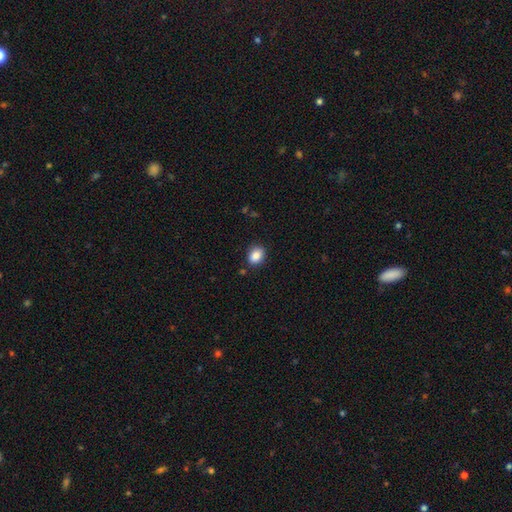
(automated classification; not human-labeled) Smooth or featured?
  - smooth: 86% *
  - star or artifact: 9%
  - featured or disk: 5%
How rounded?
  - in between: 58% *
  - round: 41%
  - cigar-shaped: 1%
Merging?
  - none: 86% *
  - minor disturbance: 10%
  - major disturbance: 2%
  - merger: 2%